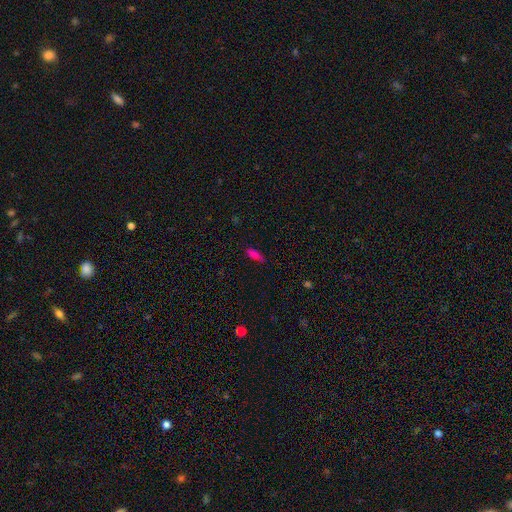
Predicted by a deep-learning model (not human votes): A smooth galaxy with no disk features (75%) that is in between round and cigar-shaped (68%). Merging: none (72%).